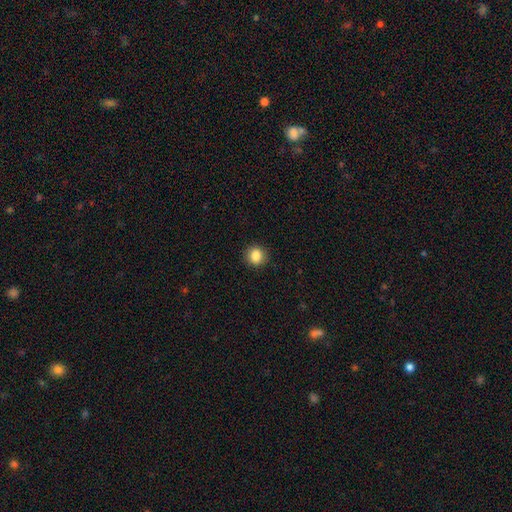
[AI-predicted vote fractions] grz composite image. It shows a smooth galaxy with no disk features (86%) that is round (85%). Merging: none (90%).